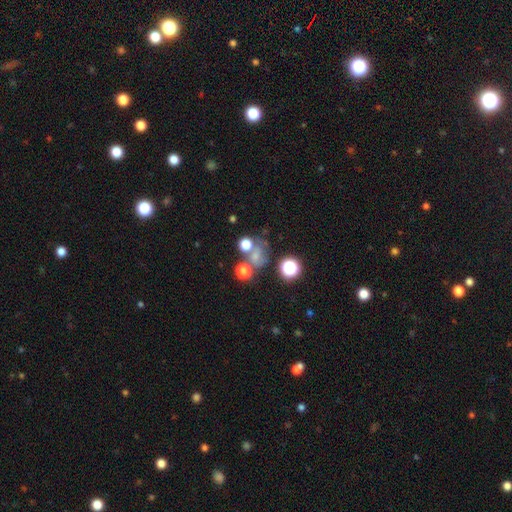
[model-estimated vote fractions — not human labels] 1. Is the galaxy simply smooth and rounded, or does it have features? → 56% smooth, 26% star or artifact, 18% featured or disk.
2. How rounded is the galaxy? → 72% round, 27% in between, 1% cigar-shaped.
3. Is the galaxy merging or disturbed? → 44% none, 29% merger, 14% minor disturbance, 13% major disturbance.